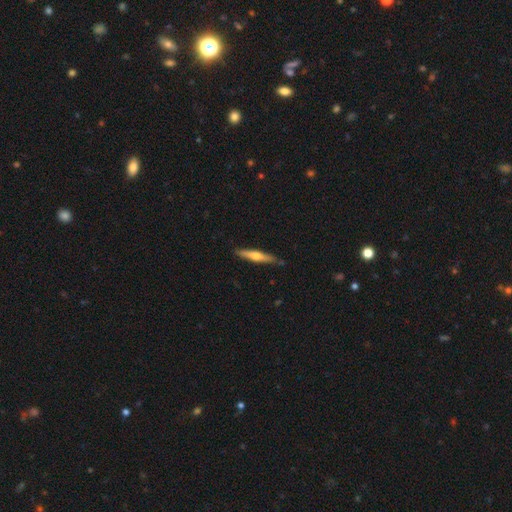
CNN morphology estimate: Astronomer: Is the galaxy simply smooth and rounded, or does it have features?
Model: featured or disk — 53% (runner-up: smooth, 42%).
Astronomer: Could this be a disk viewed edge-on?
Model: yes — 95%.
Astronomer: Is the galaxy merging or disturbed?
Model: none — 82%.